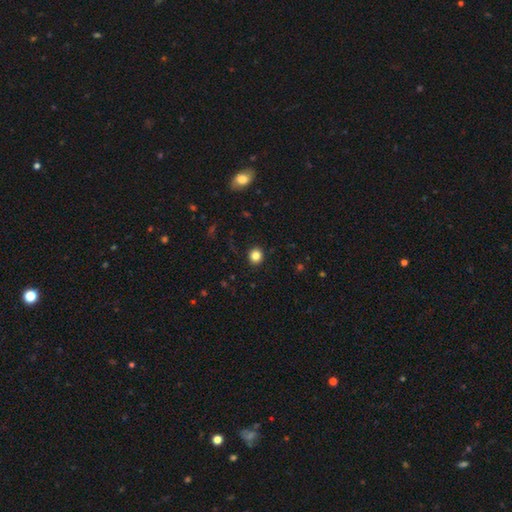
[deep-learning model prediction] Smooth or featured? smooth (84%)
How rounded? round (88%)
Merging? none (91%)